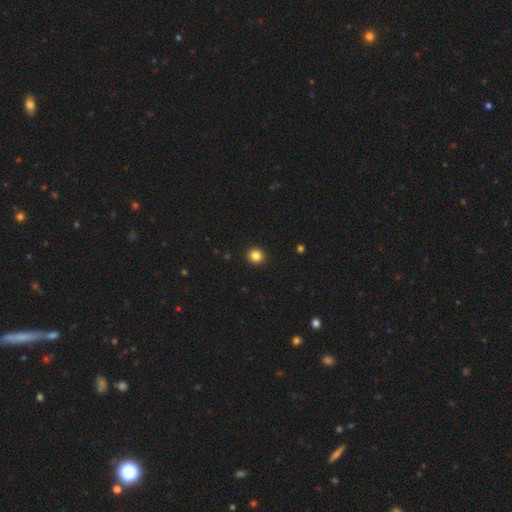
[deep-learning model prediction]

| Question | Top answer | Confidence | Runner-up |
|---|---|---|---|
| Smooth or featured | smooth | 84% | star or artifact (11%) |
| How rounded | round | 92% | in between (7%) |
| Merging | none | 93% | minor disturbance (4%) |